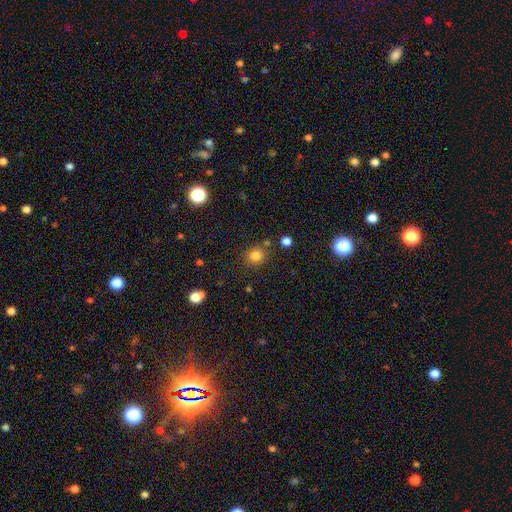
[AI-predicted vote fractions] smooth_or_featured: smooth (p=0.81) [alt: star or artifact p=0.14]
how_rounded: round (p=0.88) [alt: in between p=0.11]
merging: none (p=0.82) [alt: minor disturbance p=0.09]